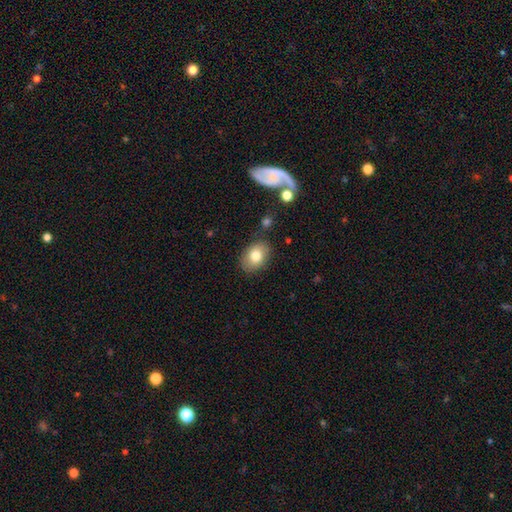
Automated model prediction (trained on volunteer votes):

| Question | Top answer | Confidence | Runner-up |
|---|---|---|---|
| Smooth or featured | smooth | 78% | featured or disk (13%) |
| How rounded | in between | 74% | round (25%) |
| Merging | none | 82% | minor disturbance (12%) |